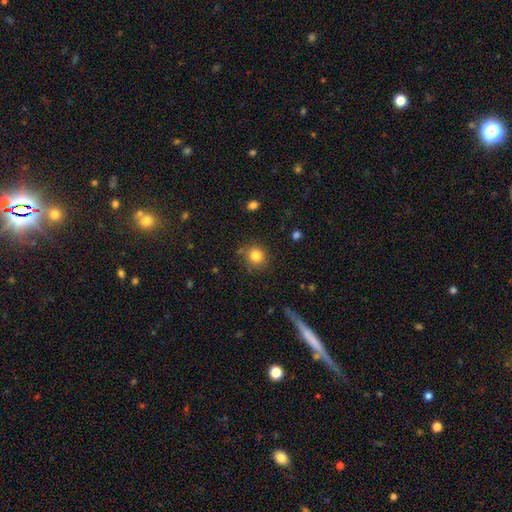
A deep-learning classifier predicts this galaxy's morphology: smooth-or-featured: smooth: 82% | star or artifact: 12% | featured or disk: 6%
  how-rounded: round: 87% | in between: 12% | cigar-shaped: 1%
  merging: none: 81% | minor disturbance: 12% | major disturbance: 4% | merger: 4%